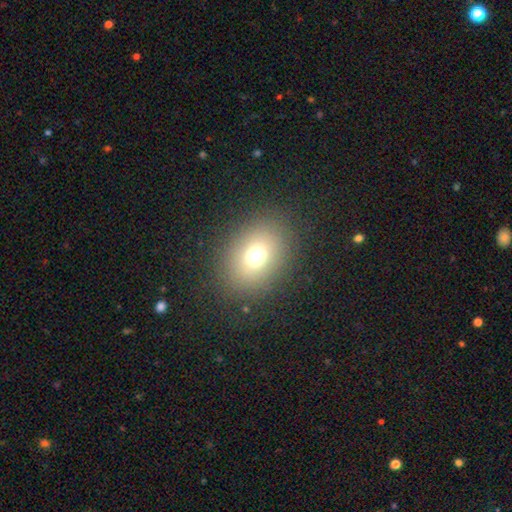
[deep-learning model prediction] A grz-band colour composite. It shows a smooth galaxy with no disk features (71%) that is in between round and cigar-shaped (52%). Merging: none (85%).